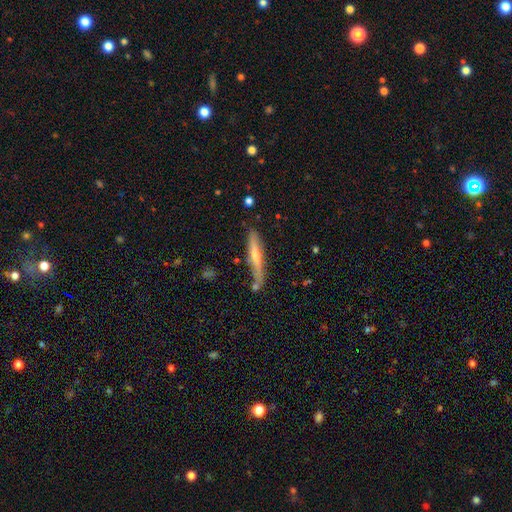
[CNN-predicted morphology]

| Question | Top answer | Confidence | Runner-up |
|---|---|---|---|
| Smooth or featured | featured or disk | 49% | smooth (45%) |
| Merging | none | 68% | minor disturbance (20%) |